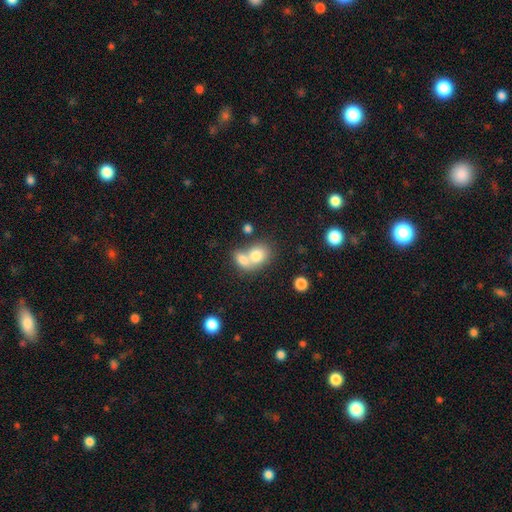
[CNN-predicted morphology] Q: Smooth or featured?
A: smooth (76%); runner-up: featured or disk (15%)
Q: How rounded?
A: in between (52%); runner-up: round (46%)
Q: Merging?
A: merger (67%); runner-up: none (23%)